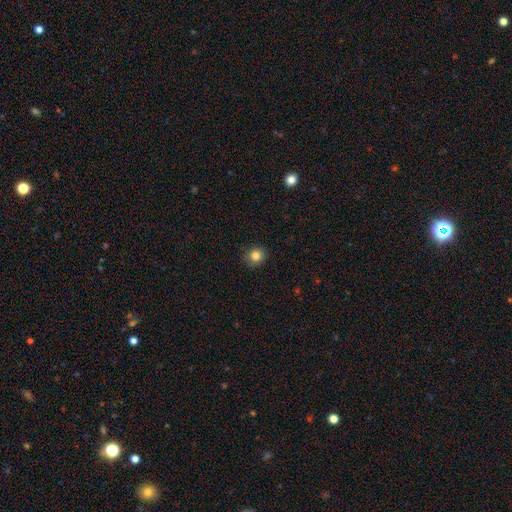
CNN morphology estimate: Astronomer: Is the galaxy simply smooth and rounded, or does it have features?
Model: smooth — 84%.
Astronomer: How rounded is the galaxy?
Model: round — 88%.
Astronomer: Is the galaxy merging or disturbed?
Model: none — 87%.